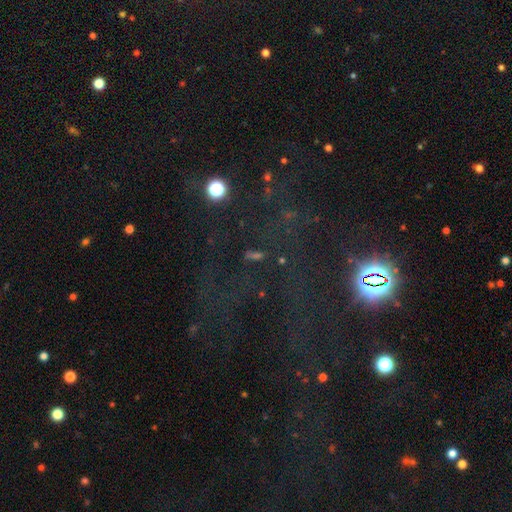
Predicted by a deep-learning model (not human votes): Smooth or featured?
  - star or artifact: 60% *
  - smooth: 26%
  - featured or disk: 15%